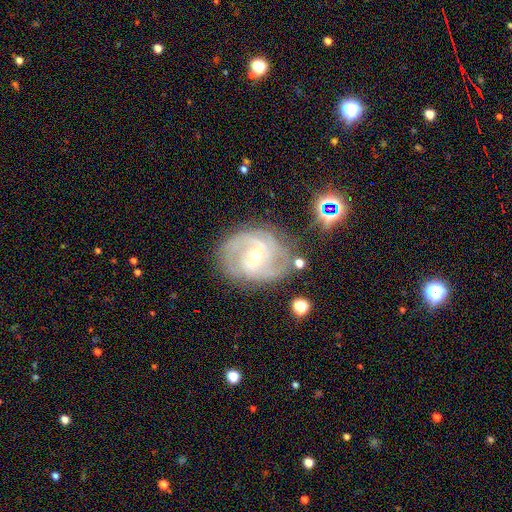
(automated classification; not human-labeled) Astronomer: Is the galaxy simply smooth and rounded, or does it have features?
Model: featured or disk — 86%.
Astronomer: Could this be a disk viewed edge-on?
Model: no — 97%.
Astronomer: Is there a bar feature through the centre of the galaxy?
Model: weak — 51% (runner-up: strong, 27%).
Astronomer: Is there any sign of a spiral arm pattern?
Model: yes — 94%.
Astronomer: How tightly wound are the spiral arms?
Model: tight — 49% (runner-up: medium, 40%).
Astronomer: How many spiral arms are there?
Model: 2 — 47%.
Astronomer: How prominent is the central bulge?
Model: moderate — 55% (runner-up: small, 42%).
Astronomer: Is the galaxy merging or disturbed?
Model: none — 68%.